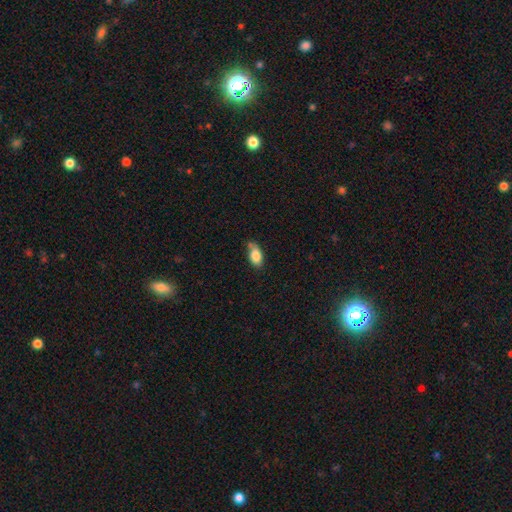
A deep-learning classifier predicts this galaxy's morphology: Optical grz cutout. It shows a smooth galaxy with no disk features (84%) that is in between round and cigar-shaped (90%). Merging: none (54%).